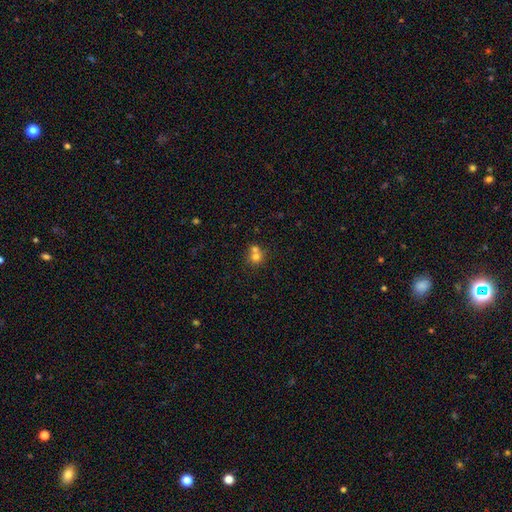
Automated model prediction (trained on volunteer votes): This is likely a smooth galaxy (71%). How rounded: clearly round (85%). Merging: possibly merger (51%).